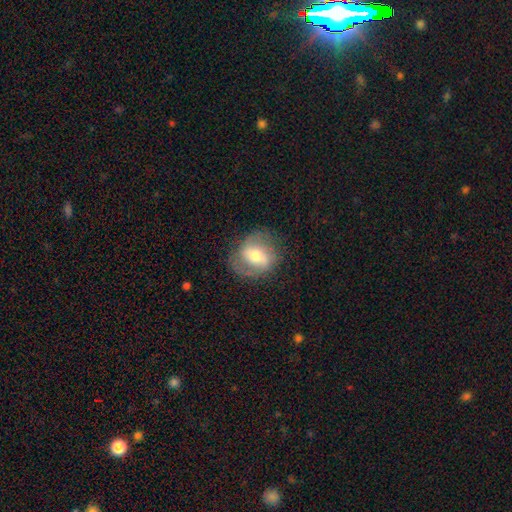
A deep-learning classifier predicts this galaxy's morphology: A featured or disk galaxy (59%) with a weak bar (43%), spiral arms (76%) and a moderate central bulge (64%). Merging: none (71%).